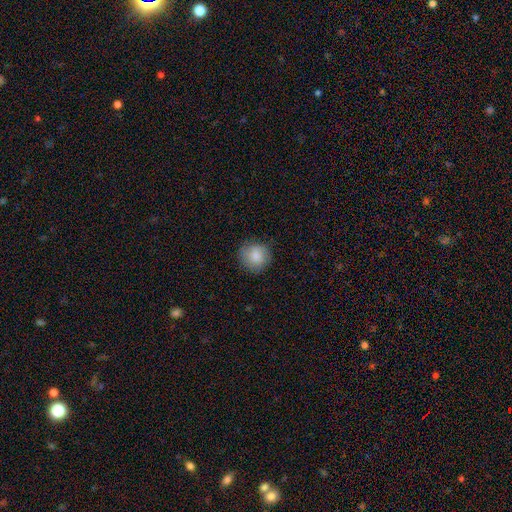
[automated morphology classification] Smooth or featured: smooth — 85% (featured or disk — 8%)
How rounded: round — 89% (in between — 10%)
Merging: none — 83% (minor disturbance — 13%)